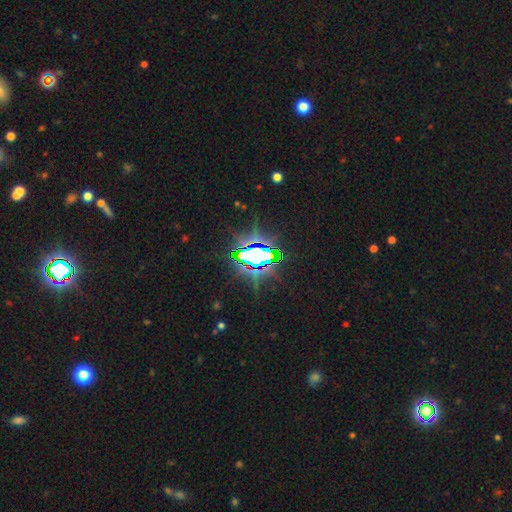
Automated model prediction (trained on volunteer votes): smooth_or_featured: star or artifact (p=0.75) [alt: smooth p=0.12]